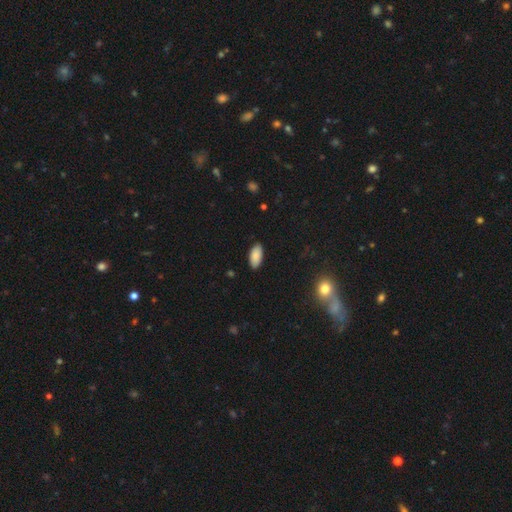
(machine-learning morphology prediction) Smooth or featured? Predicted: smooth (p=0.88). How rounded? Predicted: in between (p=0.93). Merging? Predicted: none (p=0.87).